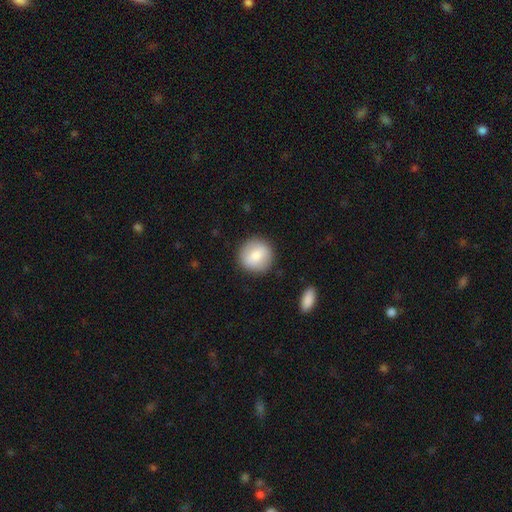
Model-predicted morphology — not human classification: Smooth or featured? Predicted: smooth (p=0.78). How rounded? Predicted: round (p=0.93). Merging? Predicted: none (p=0.89).